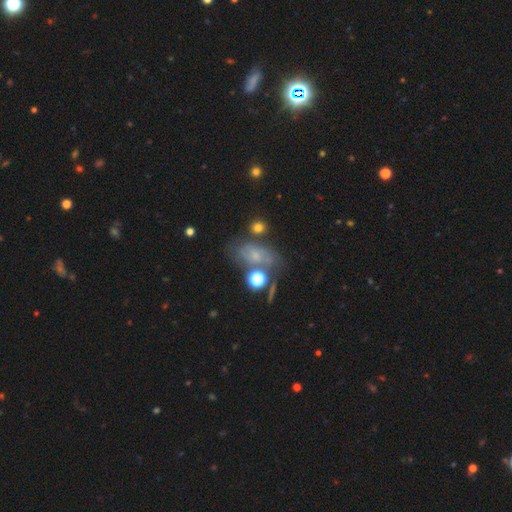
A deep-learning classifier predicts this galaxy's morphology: Smooth or featured: smooth — 41% (featured or disk — 40%)
Merging: none — 51% (minor disturbance — 23%)